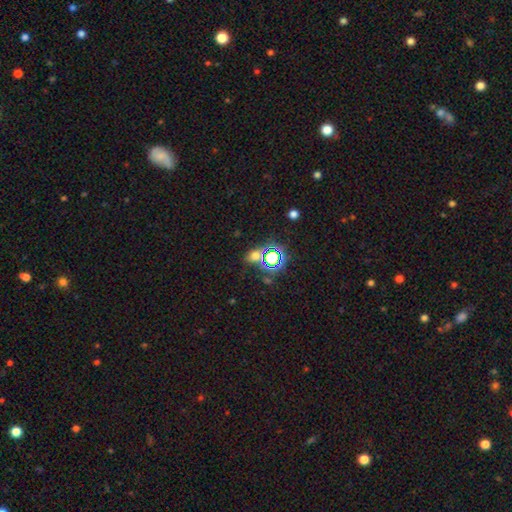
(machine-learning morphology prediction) Smooth or featured?
  - smooth: 48% *
  - star or artifact: 44%
  - featured or disk: 9%
Merging?
  - none: 70% *
  - minor disturbance: 12%
  - merger: 12%
  - major disturbance: 6%